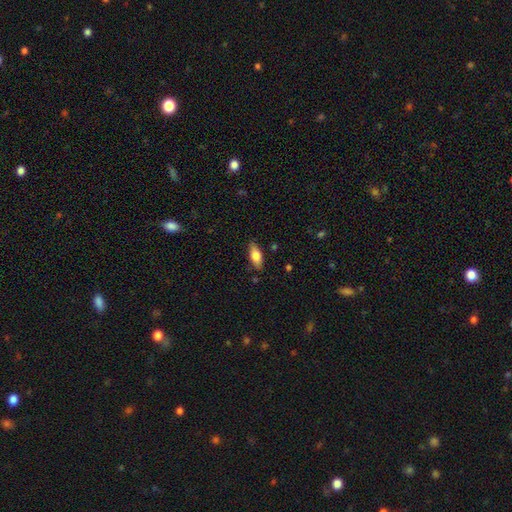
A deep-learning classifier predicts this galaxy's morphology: Q: Smooth or featured?
A: smooth (72%); runner-up: featured or disk (21%)
Q: How rounded?
A: in between (76%); runner-up: cigar-shaped (22%)
Q: Merging?
A: none (84%); runner-up: minor disturbance (12%)